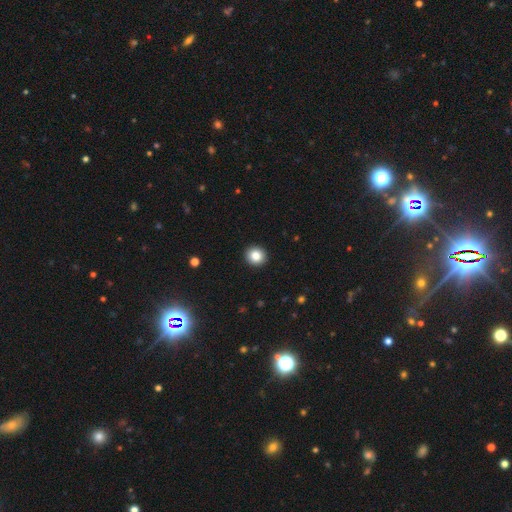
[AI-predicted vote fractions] Smooth or featured? smooth (85%)
How rounded? round (90%)
Merging? none (93%)